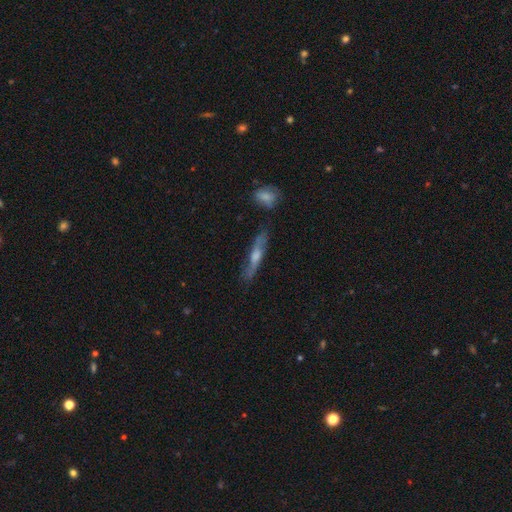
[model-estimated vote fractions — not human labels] A featured or disk galaxy (62%) viewed edge-on (79%).

Vote fractions:
- Smooth or featured? featured or disk: 62% / smooth: 31% / star or artifact: 7%
- Edge-on disk? yes: 79% / no: 21%
- Merging? none: 77% / minor disturbance: 15% / major disturbance: 4% / merger: 4%